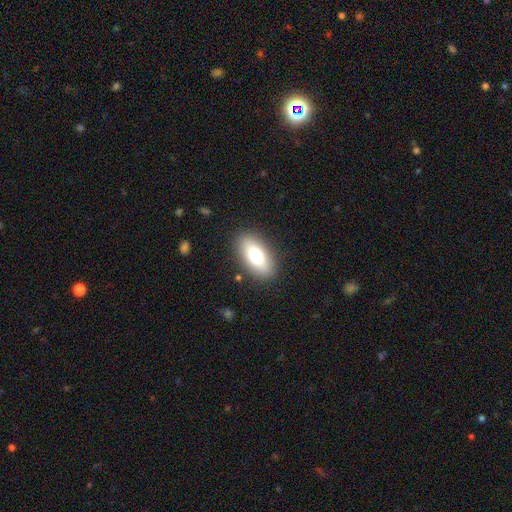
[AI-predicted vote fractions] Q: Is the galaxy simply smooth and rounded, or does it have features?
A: smooth — 72%.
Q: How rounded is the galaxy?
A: in between — 87%.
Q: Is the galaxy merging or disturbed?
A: none — 86%.